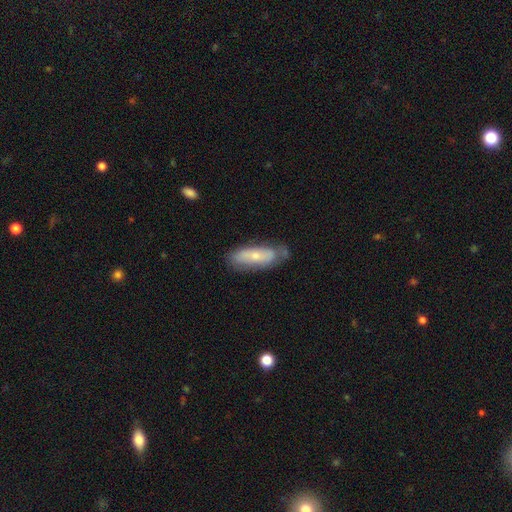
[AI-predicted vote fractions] Smooth or featured?
  - smooth: 53% *
  - featured or disk: 40%
  - star or artifact: 7%
How rounded?
  - in between: 62% *
  - cigar-shaped: 36%
  - round: 2%
Merging?
  - none: 60% *
  - minor disturbance: 28%
  - major disturbance: 9%
  - merger: 3%